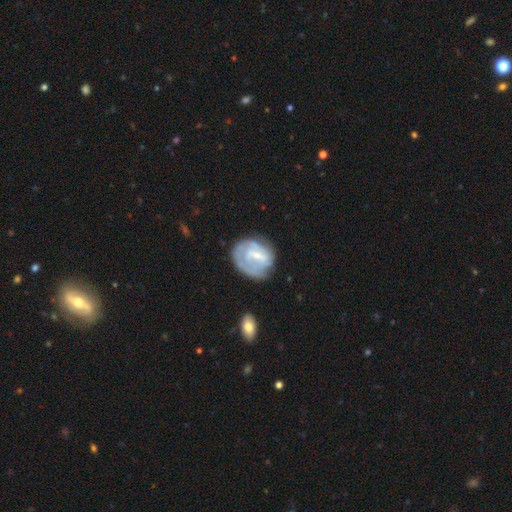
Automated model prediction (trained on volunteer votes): This is possibly a featured or disk galaxy (58%). It is clearly not viewed edge-on (97%). Bar: possibly weak (49%). Spiral arm pattern: likely yes (61%). Central bulge: marginally small (45%). Merging: possibly none (53%).